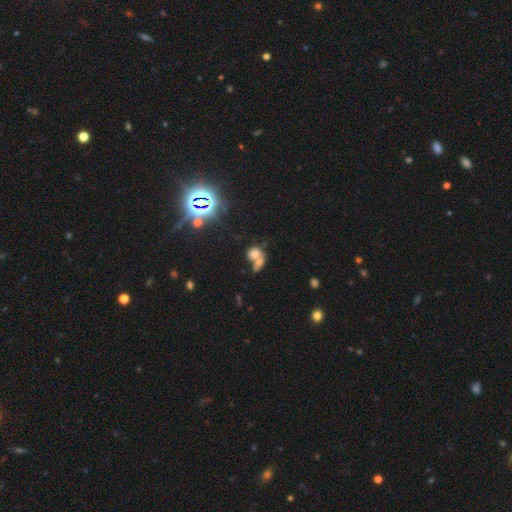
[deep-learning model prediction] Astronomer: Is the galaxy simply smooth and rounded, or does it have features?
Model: smooth — 63%.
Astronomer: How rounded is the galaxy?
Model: round — 60% (runner-up: in between, 38%).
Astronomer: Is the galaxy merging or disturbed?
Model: merger — 63%.